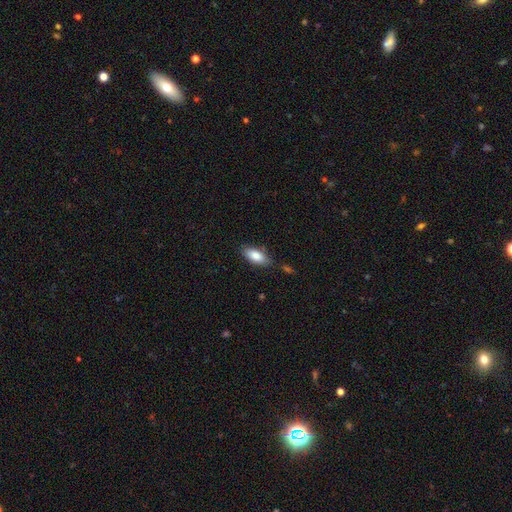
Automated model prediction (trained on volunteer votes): smooth-or-featured: smooth: 84% | featured or disk: 9% | star or artifact: 7%
  how-rounded: in between: 86% | cigar-shaped: 12% | round: 2%
  merging: none: 76% | minor disturbance: 16% | merger: 4% | major disturbance: 3%